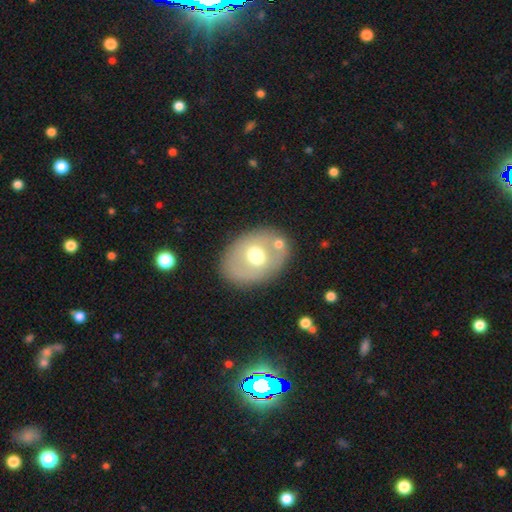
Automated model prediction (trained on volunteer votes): smooth_or_featured: smooth (p=0.53) [alt: featured or disk p=0.38]
how_rounded: in between (p=0.69) [alt: round p=0.30]
merging: none (p=0.76) [alt: minor disturbance p=0.12]